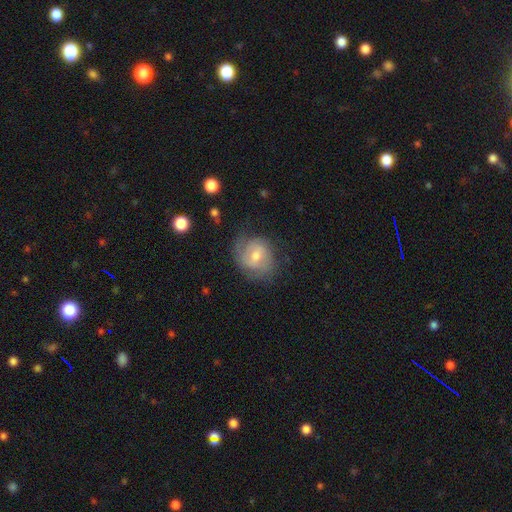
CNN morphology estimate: type=featured or disk (59%); edge-on=no (97%); bar=weak (56%); spiral arms=yes (83%); bulge=moderate (62%); merging=none (60%).